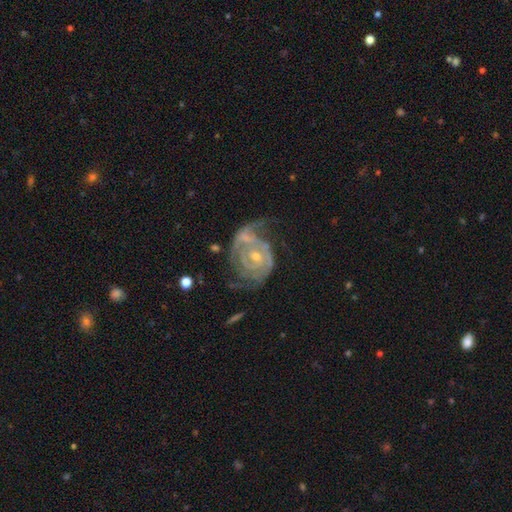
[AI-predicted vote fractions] Smooth or featured? featured or disk (89%)
Edge-on disk? no (97%)
Bar? no (64%)
Spiral arms? yes (94%)
Spiral winding? tight (61%)
Spiral arm count? 2 (47%)
Bulge size? small (55%)
Merging? none (42%)